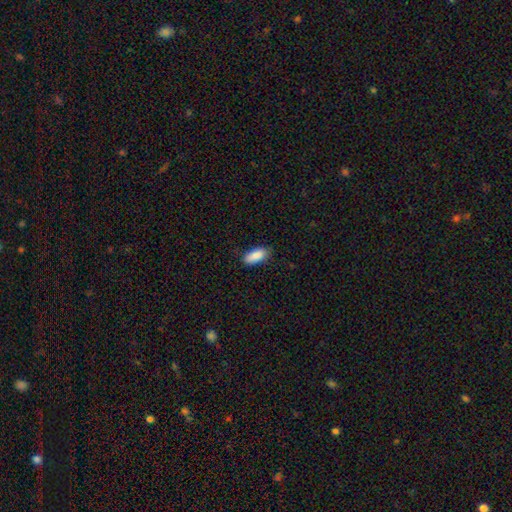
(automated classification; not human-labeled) Overall: smooth (89%). How rounded: in between (88%). Merging: none (83%).